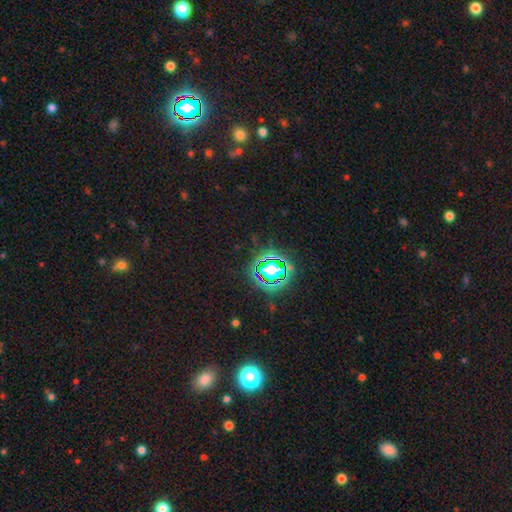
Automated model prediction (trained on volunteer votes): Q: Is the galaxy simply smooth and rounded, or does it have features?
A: star or artifact — 79%.